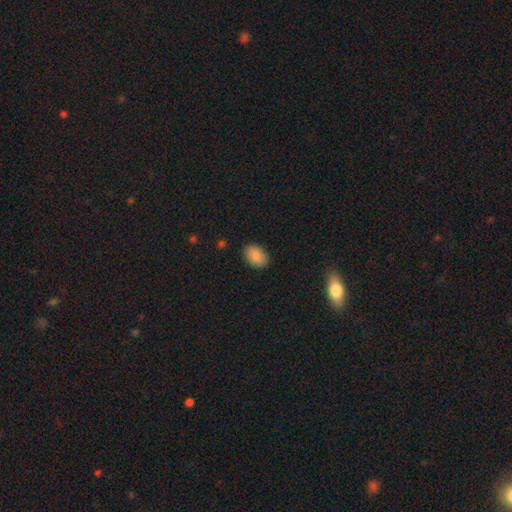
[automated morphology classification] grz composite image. It shows a smooth galaxy with no disk features (88%) that is in between round and cigar-shaped (83%). Merging: none (87%).